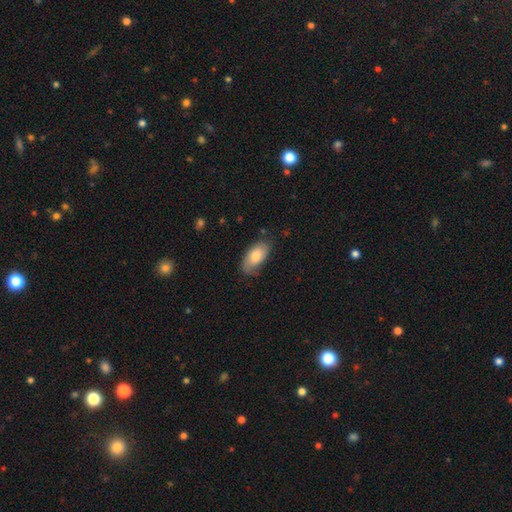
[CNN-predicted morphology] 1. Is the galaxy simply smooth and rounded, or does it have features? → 72% smooth, 21% featured or disk, 6% star or artifact.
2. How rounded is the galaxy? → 92% in between, 5% cigar-shaped, 3% round.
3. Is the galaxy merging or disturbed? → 66% none, 26% minor disturbance, 6% major disturbance, 2% merger.